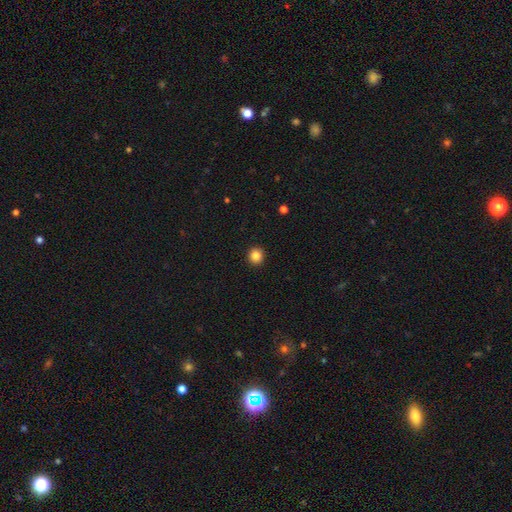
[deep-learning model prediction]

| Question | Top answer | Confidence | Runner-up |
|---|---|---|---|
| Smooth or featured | smooth | 85% | star or artifact (11%) |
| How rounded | round | 92% | in between (7%) |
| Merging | none | 93% | minor disturbance (5%) |